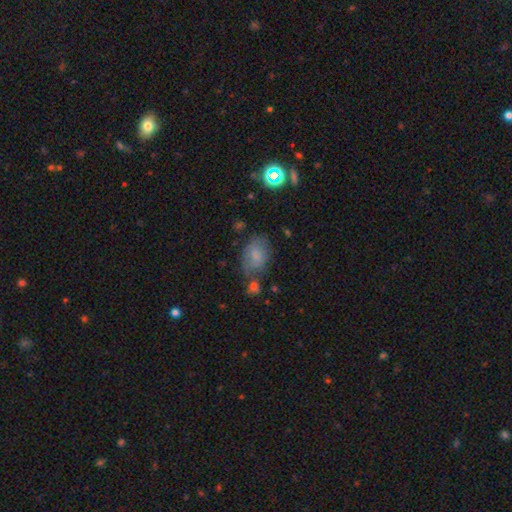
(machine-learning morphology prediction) Overall: smooth (66%). How rounded: in between (80%). Merging: none (55%; minor disturbance 25%).